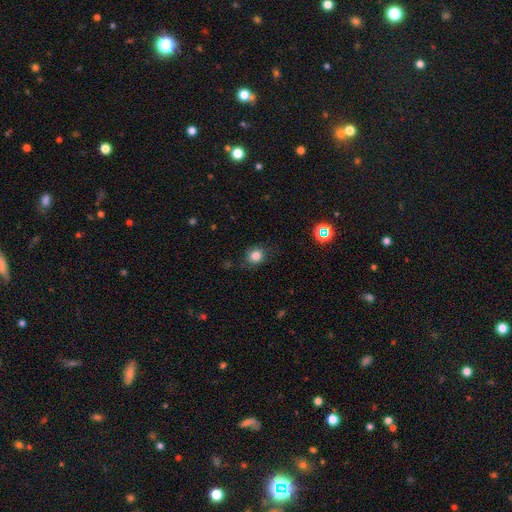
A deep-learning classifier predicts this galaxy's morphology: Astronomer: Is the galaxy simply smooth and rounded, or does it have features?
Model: smooth — 81%.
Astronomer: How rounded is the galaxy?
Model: round — 72%.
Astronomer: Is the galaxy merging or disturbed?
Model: none — 76%.